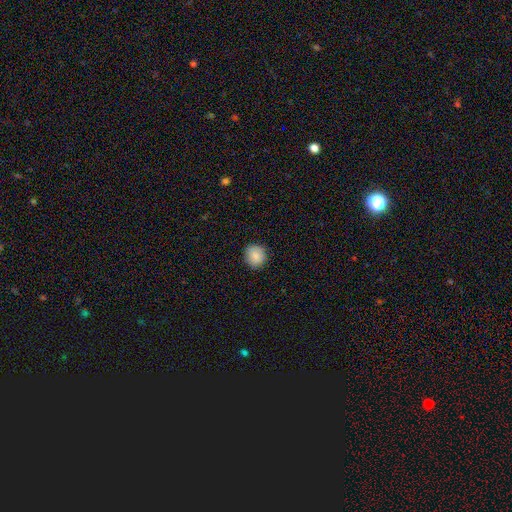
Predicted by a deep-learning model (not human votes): This appears to be a smooth galaxy with no disk features (88%) that is round (86%). Merging: none (87%).